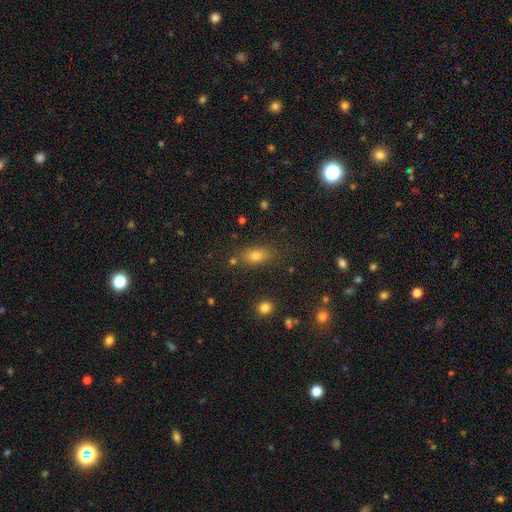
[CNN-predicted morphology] This appears to be a smooth galaxy with no disk features (73%) that is in between round and cigar-shaped (76%). Merging: none (77%).